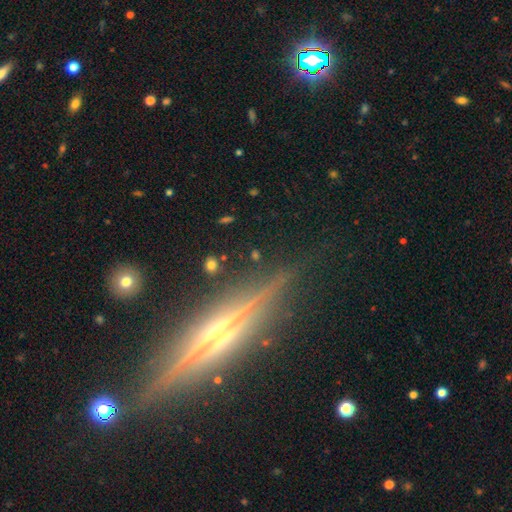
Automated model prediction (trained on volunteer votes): Smooth or featured? Predicted: star or artifact (p=0.41).